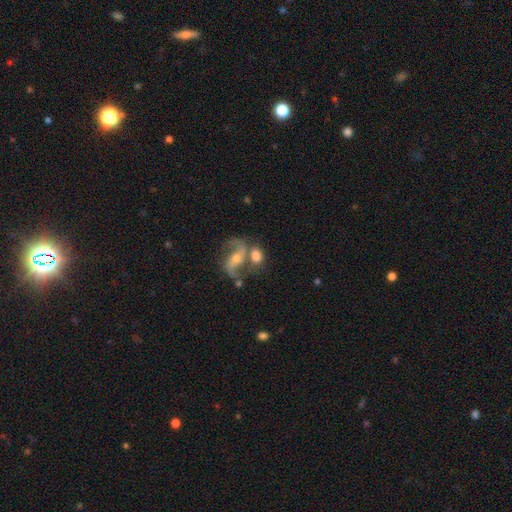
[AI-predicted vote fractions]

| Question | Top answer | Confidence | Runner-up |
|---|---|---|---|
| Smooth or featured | featured or disk | 65% | smooth (27%) |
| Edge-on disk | no | 95% | yes (5%) |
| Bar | weak | 35% | no (34%) |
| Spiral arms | yes | 87% | no (13%) |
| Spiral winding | loose | 61% | medium (32%) |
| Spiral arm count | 2 | 91% | 1 (3%) |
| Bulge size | moderate | 52% | small (34%) |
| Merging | none | 50% | merger (29%) |